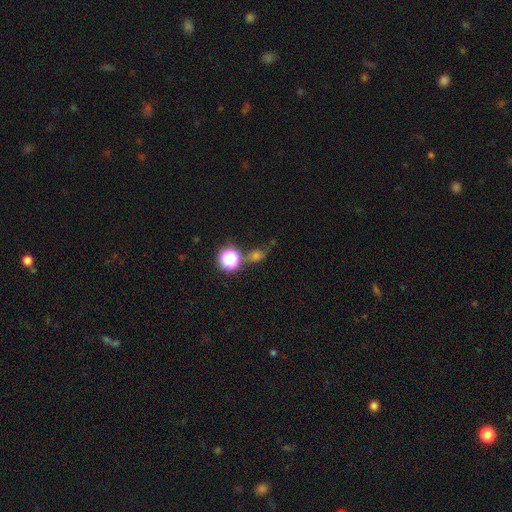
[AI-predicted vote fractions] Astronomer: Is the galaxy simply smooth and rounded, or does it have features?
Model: smooth — 43% (runner-up: star or artifact, 40%).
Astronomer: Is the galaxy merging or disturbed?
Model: none — 54%.